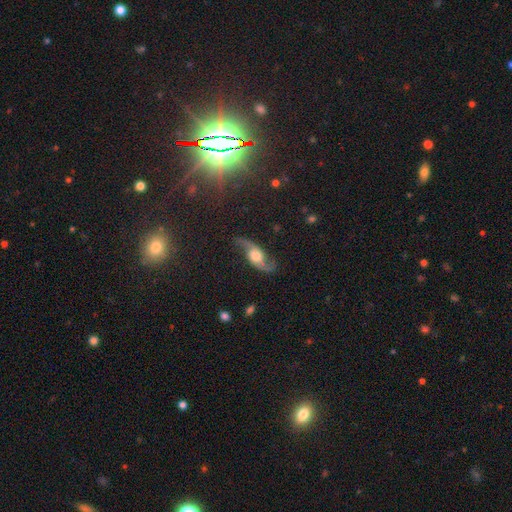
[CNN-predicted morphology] smooth-or-featured: featured or disk: 83% | smooth: 10% | star or artifact: 6%
  disk-edge-on: no: 89% | yes: 11%
    bar: no: 66% | weak: 27% | strong: 6%
    has-spiral-arms: yes: 95% | no: 5%
      spiral-winding: loose: 80% | medium: 16% | tight: 4%
      spiral-arm-count: 2: 94% | can't tell: 2% | 1: 2% | 3: 1% | 4: 1% | more than 4: 1%
    bulge-size: moderate: 48% | large: 35% | small: 10% | dominant: 4% | none: 3%
  merging: none: 75% | minor disturbance: 16% | major disturbance: 8% | merger: 2%